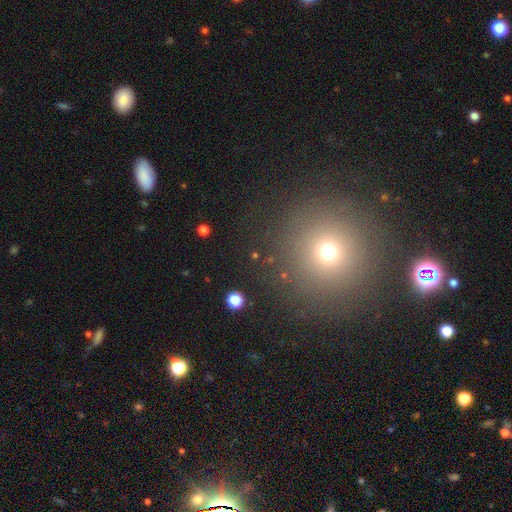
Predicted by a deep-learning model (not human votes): smooth-or-featured: smooth: 59% | star or artifact: 31% | featured or disk: 10%
  how-rounded: round: 92% | in between: 7% | cigar-shaped: 1%
  merging: none: 86% | minor disturbance: 7% | major disturbance: 4% | merger: 3%